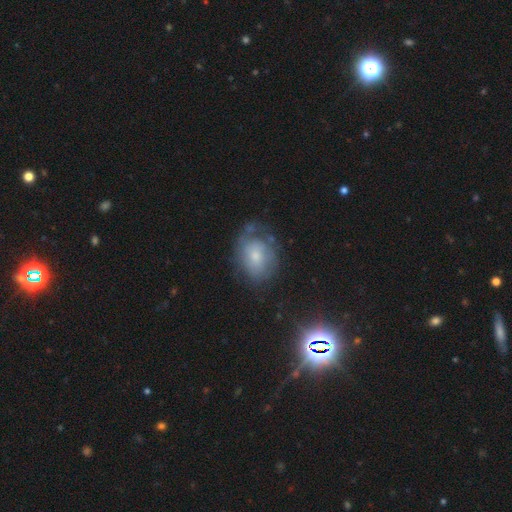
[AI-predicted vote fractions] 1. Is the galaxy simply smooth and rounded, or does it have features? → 53% smooth, 36% featured or disk, 11% star or artifact.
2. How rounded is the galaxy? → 62% in between, 37% round, 1% cigar-shaped.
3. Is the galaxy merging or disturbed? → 52% none, 28% minor disturbance, 16% major disturbance, 4% merger.